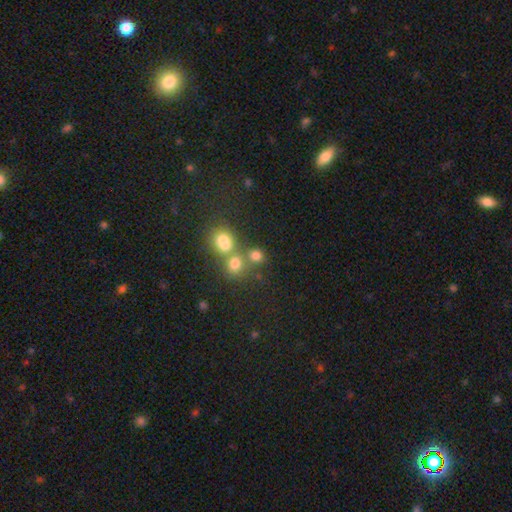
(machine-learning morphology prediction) Smooth or featured? smooth (74%)
How rounded? round (78%)
Merging? none (52%)